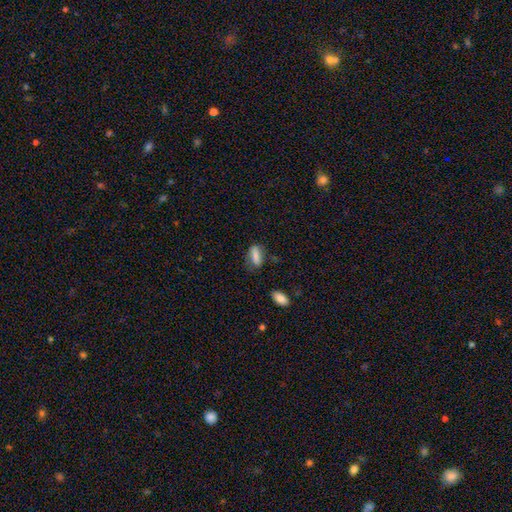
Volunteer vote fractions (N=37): This is likely a smooth galaxy (73%). How rounded: likely in between (67%). Merging: marginally none (43%).